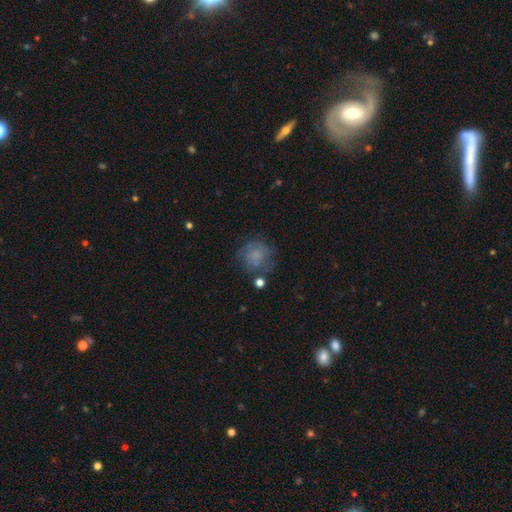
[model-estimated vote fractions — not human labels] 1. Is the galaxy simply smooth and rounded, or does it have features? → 49% smooth, 38% featured or disk, 13% star or artifact.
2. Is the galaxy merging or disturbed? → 61% none, 20% minor disturbance, 14% major disturbance, 5% merger.